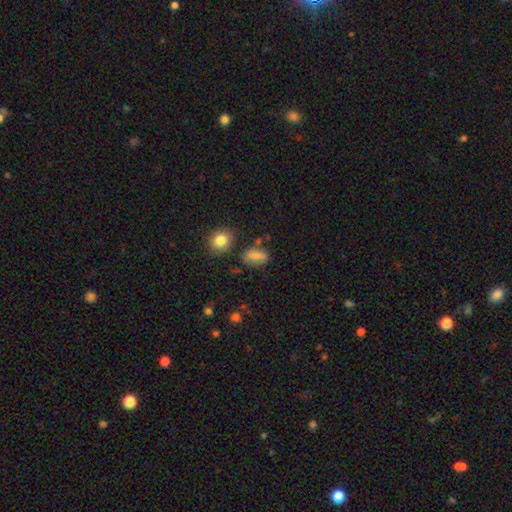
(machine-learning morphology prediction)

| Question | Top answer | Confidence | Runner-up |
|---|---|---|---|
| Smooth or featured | smooth | 76% | featured or disk (13%) |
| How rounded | in between | 81% | round (15%) |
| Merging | none | 66% | minor disturbance (21%) |